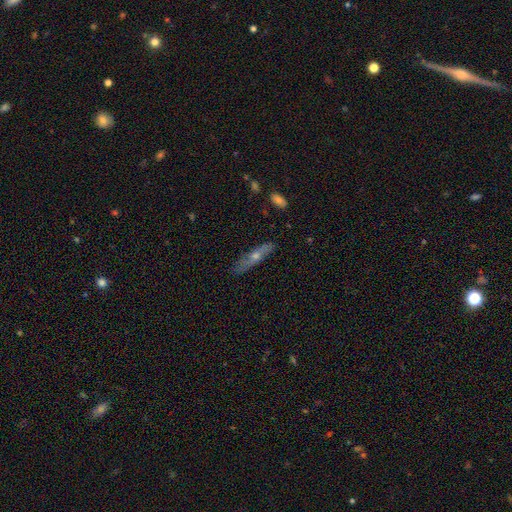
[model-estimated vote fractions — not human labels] The model was most divided on "smooth or featured": featured or disk: 56%, smooth: 35%, star or artifact: 9%. More confident: merging — none (83%); edge-on disk — yes (82%).